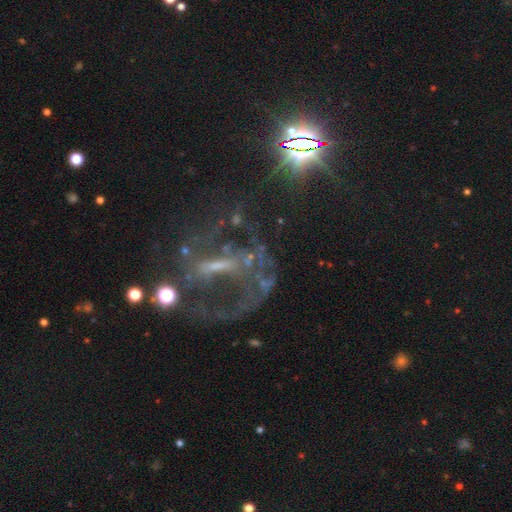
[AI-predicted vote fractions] A featured or disk galaxy (65%) with a strong bar (47%), spiral arms (67%) and a small central bulge (45%). Merging: none (44%).